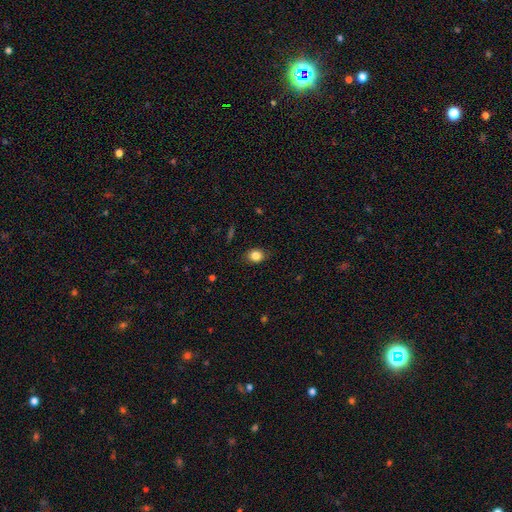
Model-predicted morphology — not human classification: Q: Smooth or featured?
A: smooth (83%); runner-up: star or artifact (10%)
Q: How rounded?
A: round (50%); runner-up: in between (49%)
Q: Merging?
A: none (82%); runner-up: minor disturbance (14%)